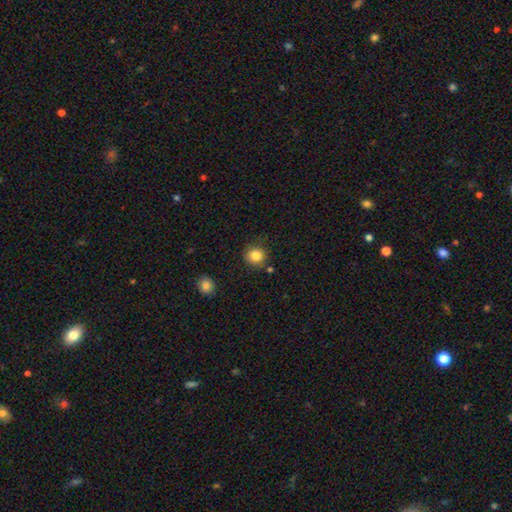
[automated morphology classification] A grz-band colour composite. It shows a smooth galaxy with no disk features (84%) that is round (89%). Merging: none (83%).